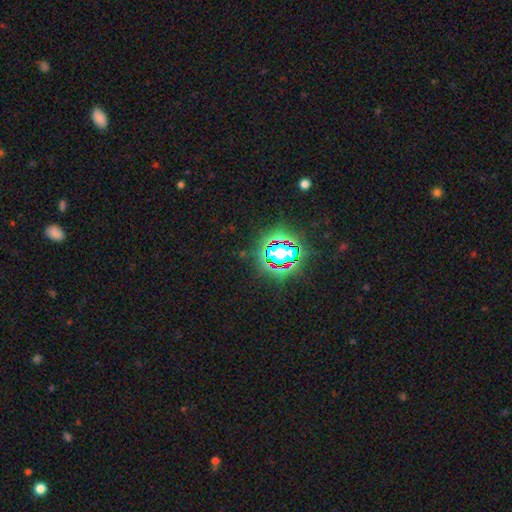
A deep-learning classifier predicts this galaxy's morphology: Overall: star or artifact (78%).